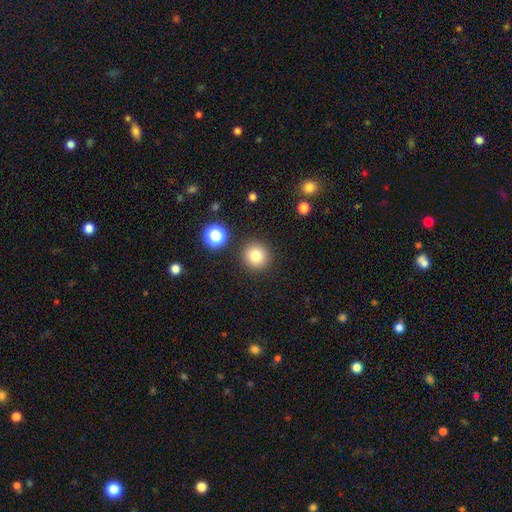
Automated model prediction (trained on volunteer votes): This appears to be a smooth galaxy with no disk features (81%) that is round (94%). Merging: none (89%).